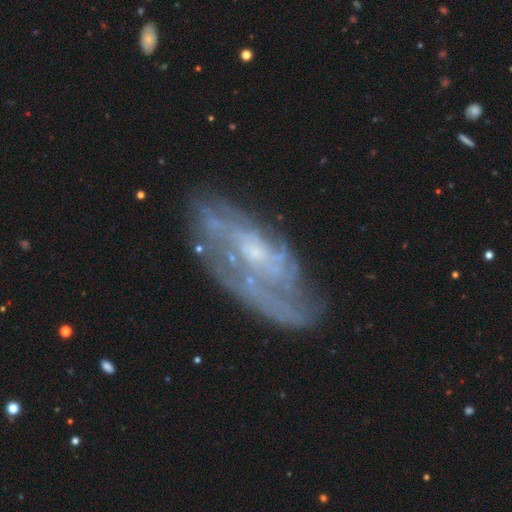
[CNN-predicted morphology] smooth-or-featured: featured or disk: 76% | smooth: 15% | star or artifact: 8%
  disk-edge-on: no: 90% | yes: 10%
    bar: no: 67% | weak: 28% | strong: 5%
    has-spiral-arms: yes: 75% | no: 25%
      spiral-winding: tight: 44% | medium: 36% | loose: 20%
      spiral-arm-count: can't tell: 54% | 2: 20% | 3: 9% | 1: 8% | 4: 5% | more than 4: 4%
    bulge-size: small: 63% | moderate: 20% | none: 14% | large: 2% | dominant: 1%
  merging: none: 64% | minor disturbance: 21% | major disturbance: 12% | merger: 3%